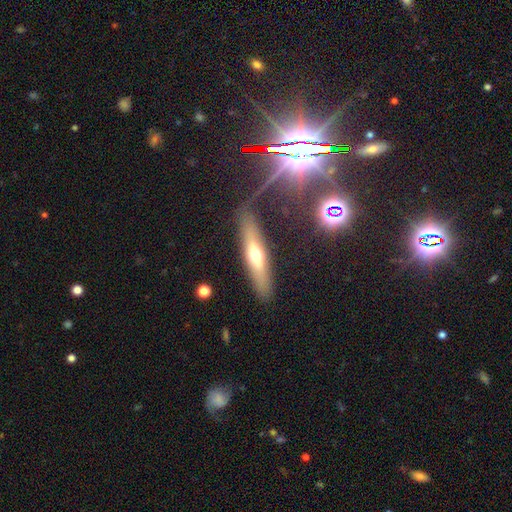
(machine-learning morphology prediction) Smooth or featured?
  - featured or disk: 47% *
  - smooth: 37%
  - star or artifact: 16%
Merging?
  - none: 84% *
  - minor disturbance: 11%
  - major disturbance: 3%
  - merger: 2%